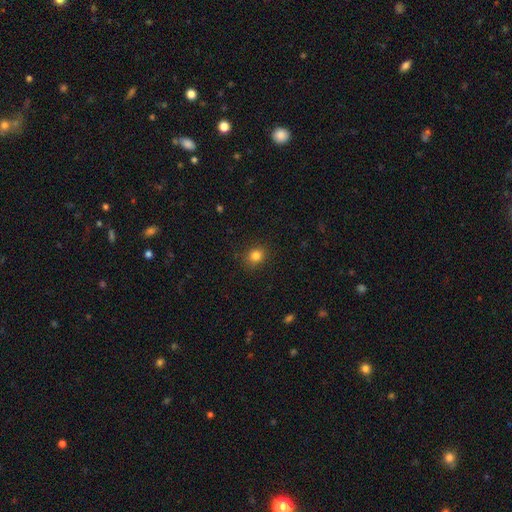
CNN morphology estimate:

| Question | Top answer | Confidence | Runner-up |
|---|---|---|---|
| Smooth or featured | smooth | 82% | star or artifact (12%) |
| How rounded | round | 75% | in between (24%) |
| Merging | none | 88% | minor disturbance (8%) |